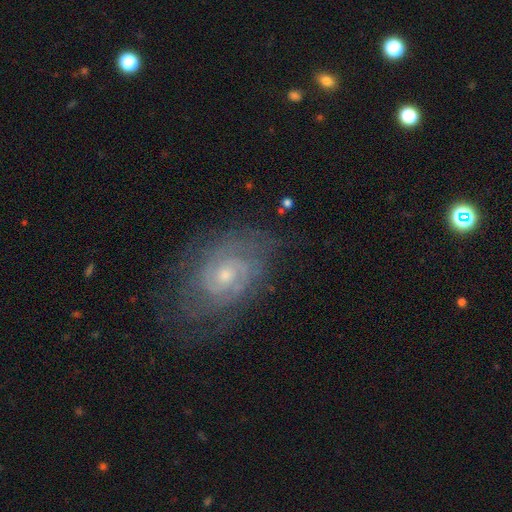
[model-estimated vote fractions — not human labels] Morphology: type=featured or disk (70%); edge-on=no (95%); bar=no (69%); spiral arms=yes (88%); winding=tight (63%); arm count=can't tell (52%); bulge=small (60%); merging=none (76%).